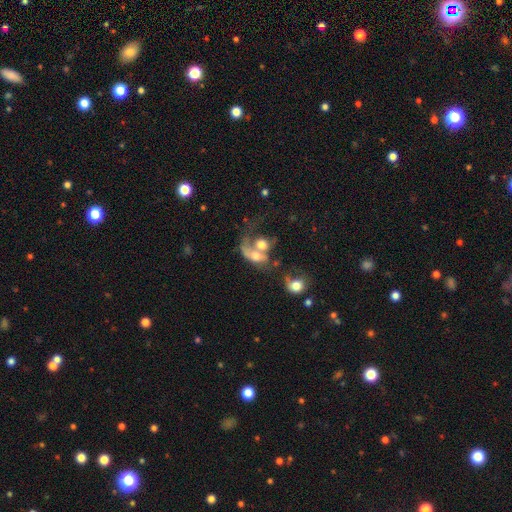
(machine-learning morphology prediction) smooth-or-featured: smooth: 45% | featured or disk: 43% | star or artifact: 11%
  merging: merger: 65% | major disturbance: 18% | none: 11% | minor disturbance: 6%